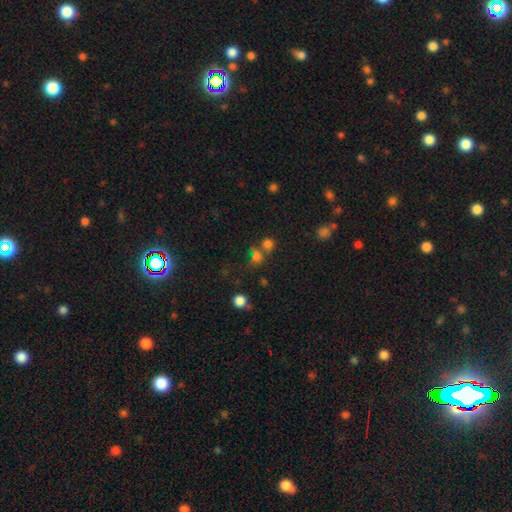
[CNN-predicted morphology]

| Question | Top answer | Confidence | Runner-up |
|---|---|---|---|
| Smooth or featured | smooth | 64% | star or artifact (26%) |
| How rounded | round | 61% | in between (37%) |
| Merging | none | 45% | merger (36%) |